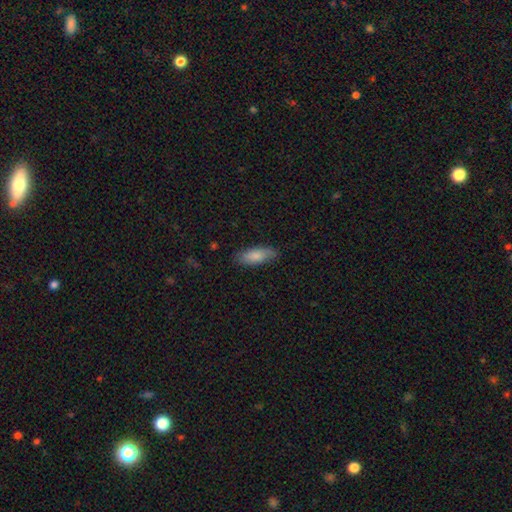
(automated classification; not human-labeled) Morphology: type=smooth (83%); roundness=in between (74%); merging=none (80%).